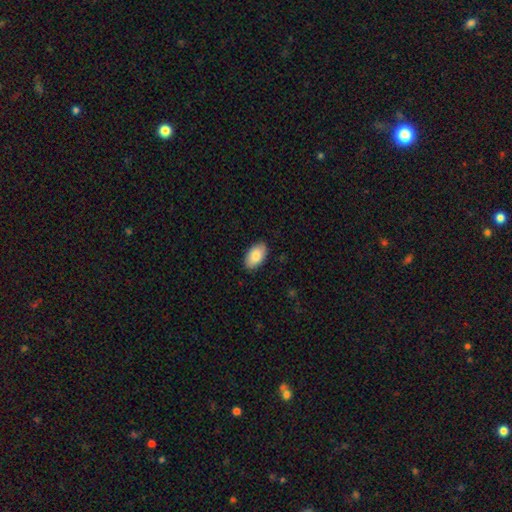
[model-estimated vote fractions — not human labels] Smooth or featured?
  - smooth: 84% *
  - featured or disk: 10%
  - star or artifact: 6%
How rounded?
  - in between: 95% *
  - round: 4%
  - cigar-shaped: 2%
Merging?
  - none: 88% *
  - minor disturbance: 9%
  - major disturbance: 2%
  - merger: 1%